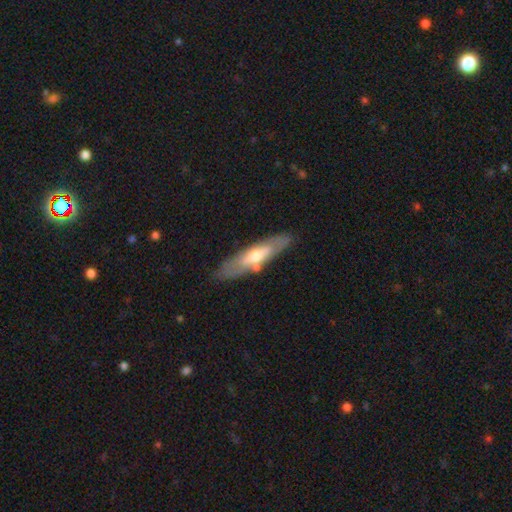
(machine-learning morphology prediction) Q: Smooth or featured?
A: featured or disk (53%); runner-up: smooth (42%)
Q: Edge-on disk?
A: no (52%); runner-up: yes (48%)
Q: Merging?
A: none (77%); runner-up: minor disturbance (14%)